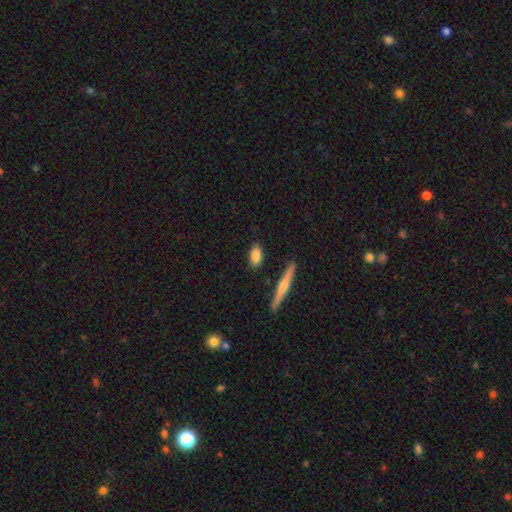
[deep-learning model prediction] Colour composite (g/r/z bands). It shows a smooth galaxy with no disk features (81%) that is in between round and cigar-shaped (82%). Merging: none (84%).